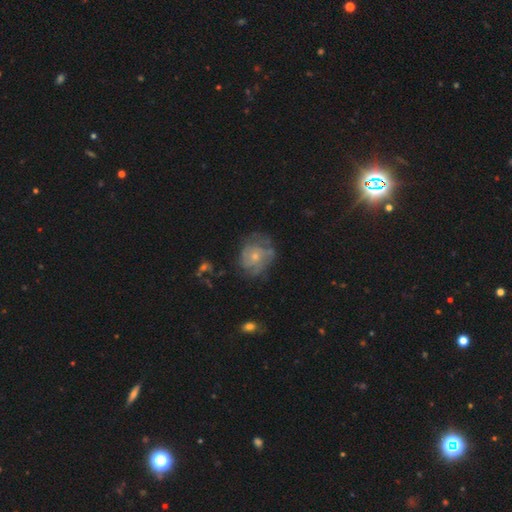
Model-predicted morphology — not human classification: smooth-or-featured: featured or disk: 65% | smooth: 27% | star or artifact: 8%
  disk-edge-on: no: 98% | yes: 2%
    bar: no: 82% | weak: 16% | strong: 2%
    has-spiral-arms: yes: 72% | no: 28%
    bulge-size: small: 63% | moderate: 31% | none: 3% | large: 2% | dominant: 1%
  merging: none: 53% | minor disturbance: 25% | major disturbance: 18% | merger: 3%